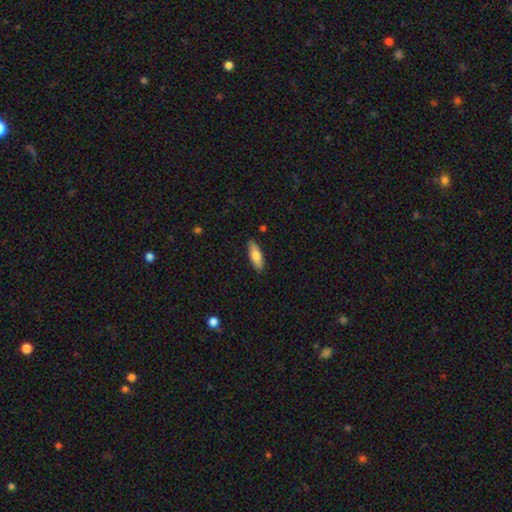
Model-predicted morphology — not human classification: smooth 77%, featured or disk 17%, star or artifact 6%. Down the decision tree: how rounded — in between (64%); merging — none (87%).